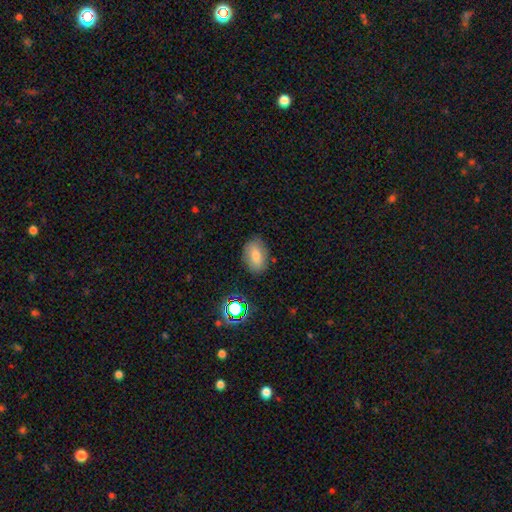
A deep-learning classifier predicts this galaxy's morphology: A smooth galaxy with no disk features (72%) that is in between round and cigar-shaped (85%). Merging: none (81%).